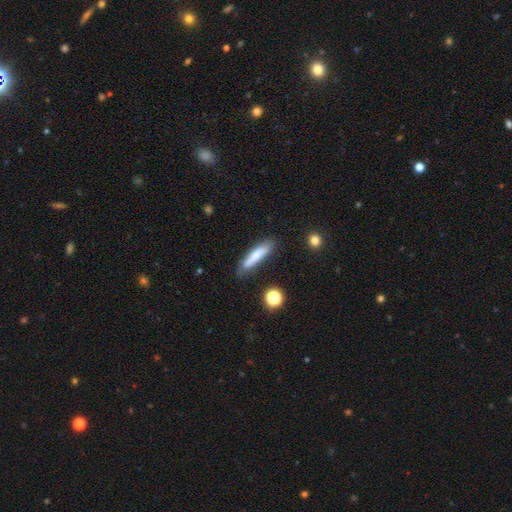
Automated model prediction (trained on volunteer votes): Smooth or featured?
  - smooth: 68% *
  - featured or disk: 24%
  - star or artifact: 8%
How rounded?
  - cigar-shaped: 81% *
  - in between: 17%
  - round: 2%
Merging?
  - none: 72% *
  - minor disturbance: 19%
  - major disturbance: 5%
  - merger: 4%